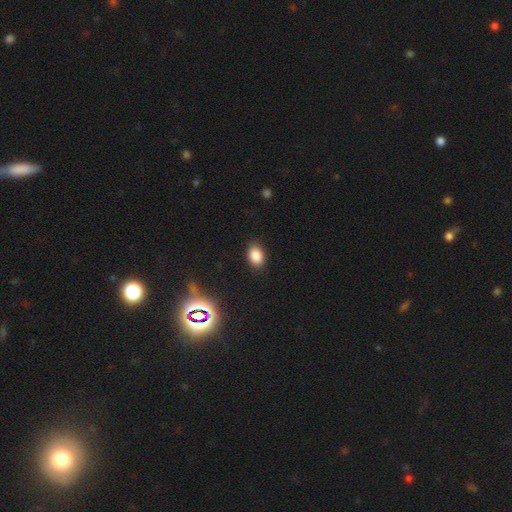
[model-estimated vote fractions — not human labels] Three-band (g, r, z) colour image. It shows a smooth galaxy with no disk features (85%) that is in between round and cigar-shaped (81%). Merging: none (86%).